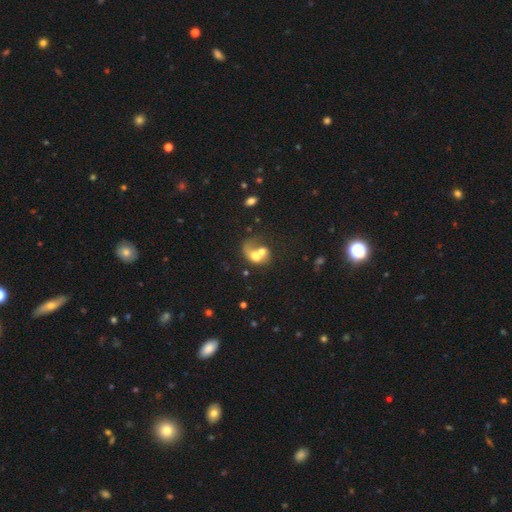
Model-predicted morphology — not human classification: A smooth galaxy with no disk features (47%).

Vote fractions:
- Smooth or featured? smooth: 47% / featured or disk: 43% / star or artifact: 10%
- Merging? merger: 68% / major disturbance: 13% / none: 12% / minor disturbance: 6%